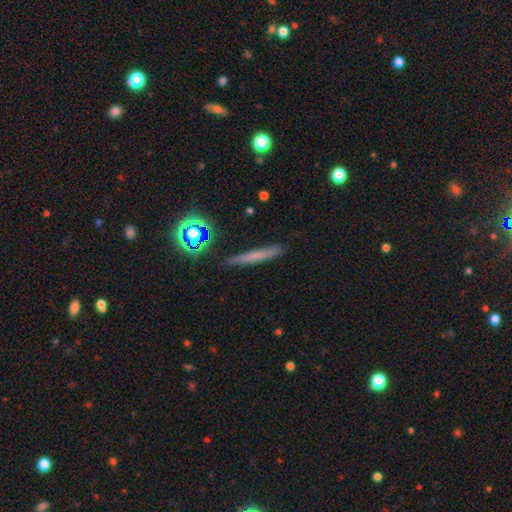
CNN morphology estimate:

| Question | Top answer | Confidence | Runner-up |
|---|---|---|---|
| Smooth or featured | smooth | 57% | featured or disk (30%) |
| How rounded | cigar-shaped | 93% | in between (4%) |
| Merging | none | 89% | minor disturbance (8%) |